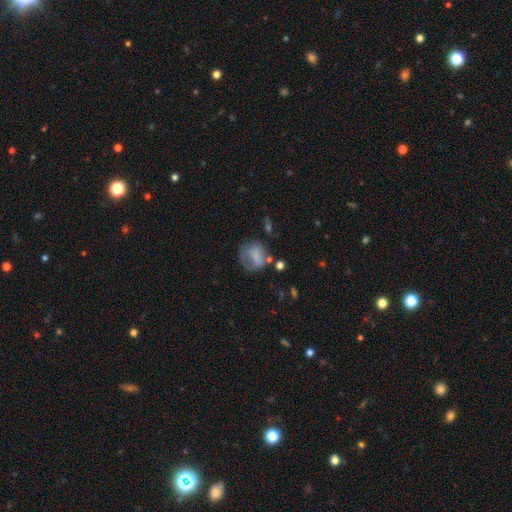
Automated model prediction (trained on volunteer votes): Smooth or featured? smooth (68%)
How rounded? round (64%)
Merging? none (43%)